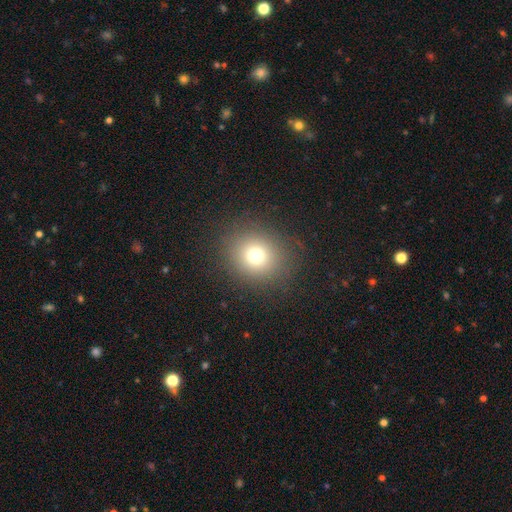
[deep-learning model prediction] The model was most divided on "smooth or featured": smooth: 72%, star or artifact: 17%, featured or disk: 10%. More confident: merging — none (87%); how rounded — round (81%).